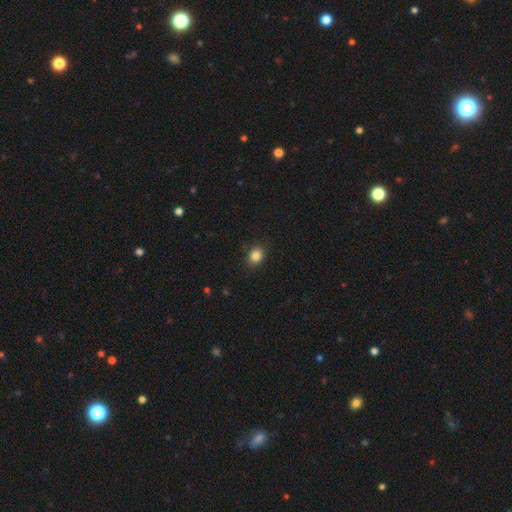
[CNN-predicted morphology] The model was most divided on "how rounded": in between: 51%, round: 48%, cigar-shaped: 1%. More confident: merging — none (86%); smooth or featured — smooth (84%).